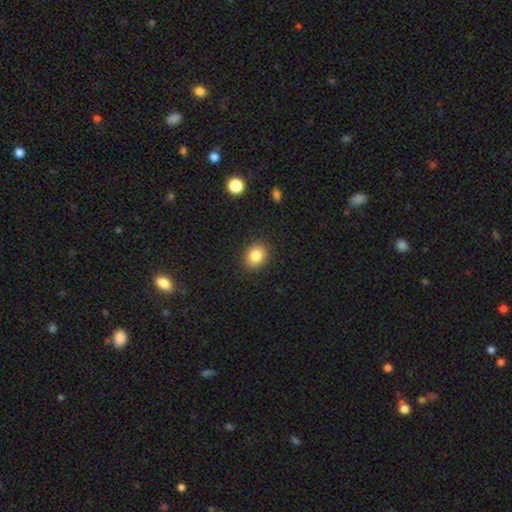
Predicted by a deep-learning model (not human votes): smooth 84%, star or artifact 10%, featured or disk 6%. Down the decision tree: how rounded — round (59%); merging — none (89%).